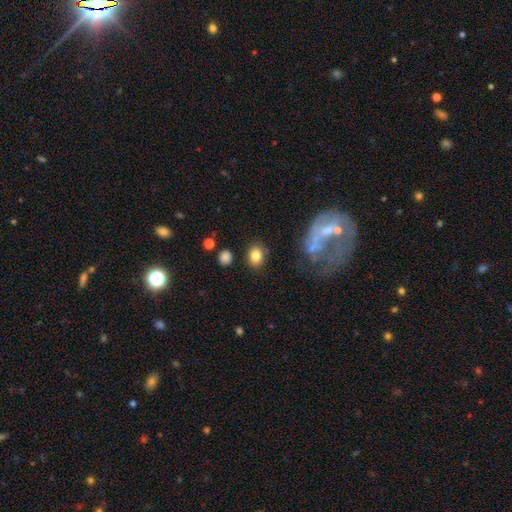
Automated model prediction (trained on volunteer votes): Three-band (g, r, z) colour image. It shows a smooth galaxy with no disk features (82%) that is in between round and cigar-shaped (51%). Merging: none (82%).